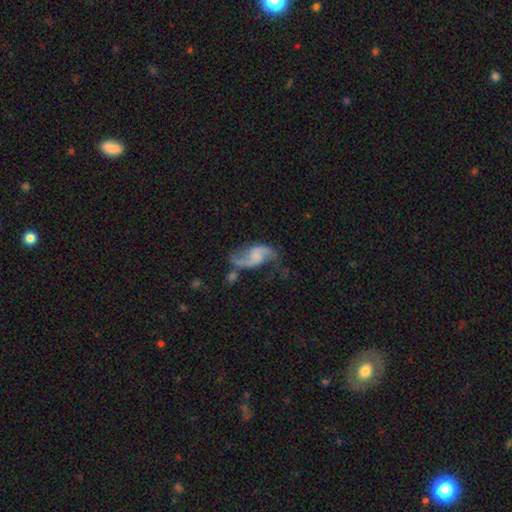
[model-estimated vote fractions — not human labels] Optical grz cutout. It shows a featured or disk galaxy (83%) with no bar (46%), 2 (92%) loose (75%) spiral arms (95%) and no central bulge (50%). Merging: none (56%).